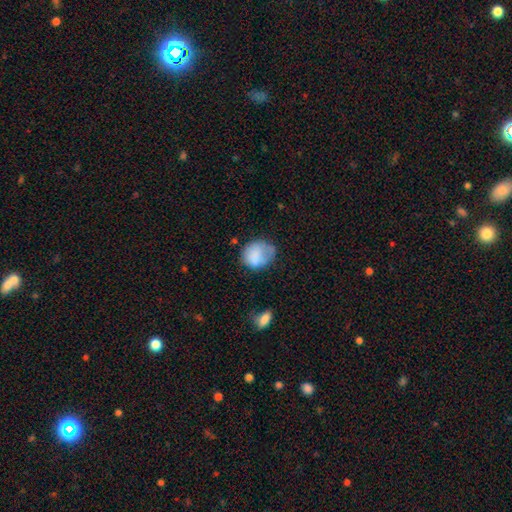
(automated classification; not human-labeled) Smooth or featured? smooth (75%)
How rounded? round (58%)
Merging? none (44%)